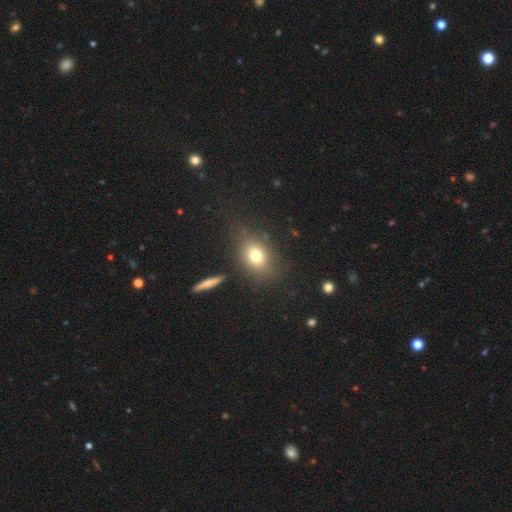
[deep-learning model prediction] Smooth or featured?
  - smooth: 74% *
  - featured or disk: 13%
  - star or artifact: 13%
How rounded?
  - in between: 59% *
  - round: 39%
  - cigar-shaped: 2%
Merging?
  - none: 78% *
  - minor disturbance: 12%
  - major disturbance: 6%
  - merger: 4%